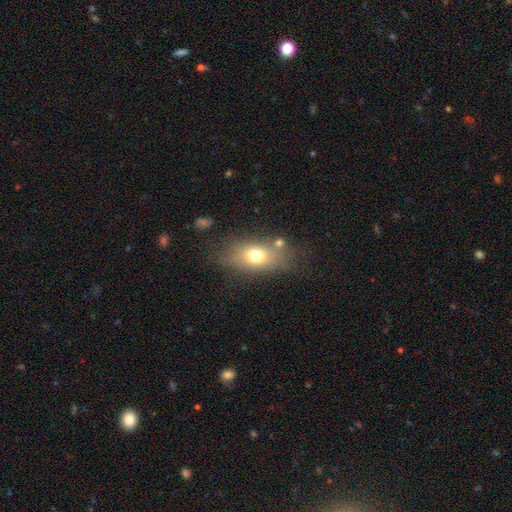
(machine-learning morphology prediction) smooth-or-featured: smooth: 69% | featured or disk: 20% | star or artifact: 11%
  how-rounded: in between: 78% | round: 16% | cigar-shaped: 6%
  merging: none: 66% | minor disturbance: 18% | major disturbance: 9% | merger: 8%